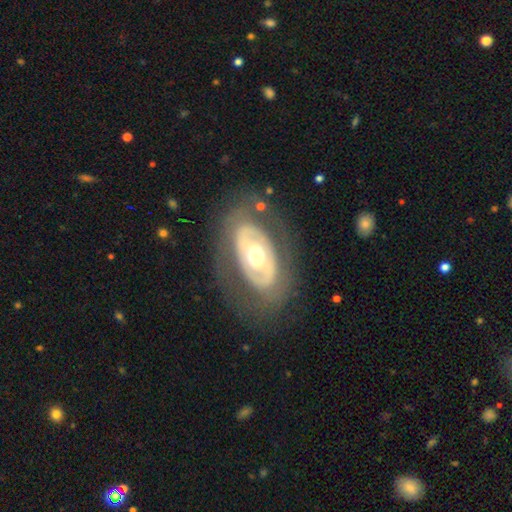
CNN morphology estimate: featured or disk 67%, smooth 28%, star or artifact 5%. Down the decision tree: edge-on disk — no (91%); bar — no (77%); spiral arms — no (80%); bulge size — moderate (66%); merging — none (76%).